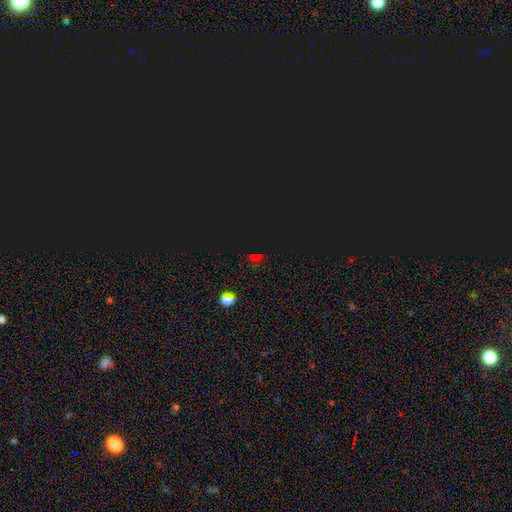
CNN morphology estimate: This appears to be a star or artifact, not a galaxy (69%).